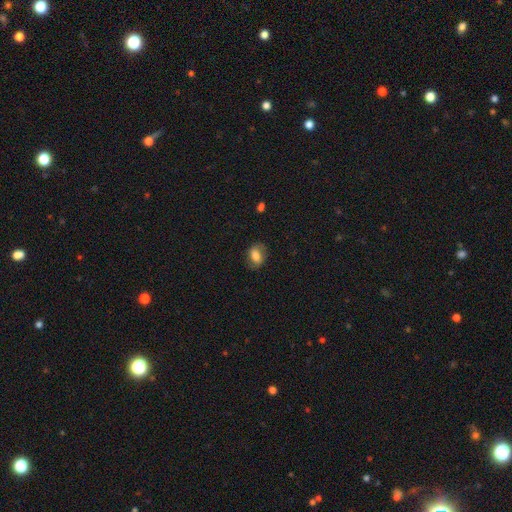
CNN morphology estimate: Smooth or featured? smooth (72%)
How rounded? in between (78%)
Merging? none (72%)